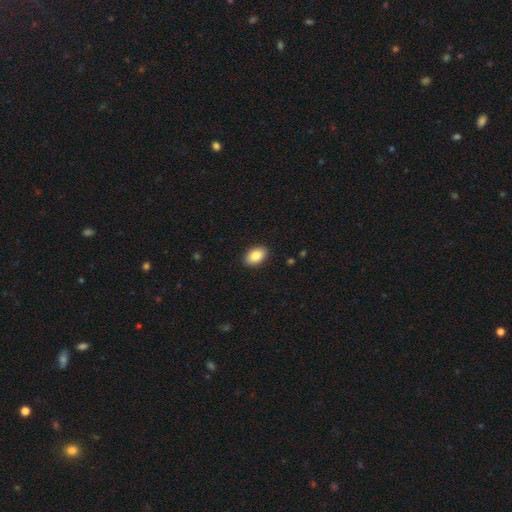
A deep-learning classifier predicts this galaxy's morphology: This is clearly a smooth galaxy (87%). How rounded: clearly in between (90%). Merging: clearly none (90%).